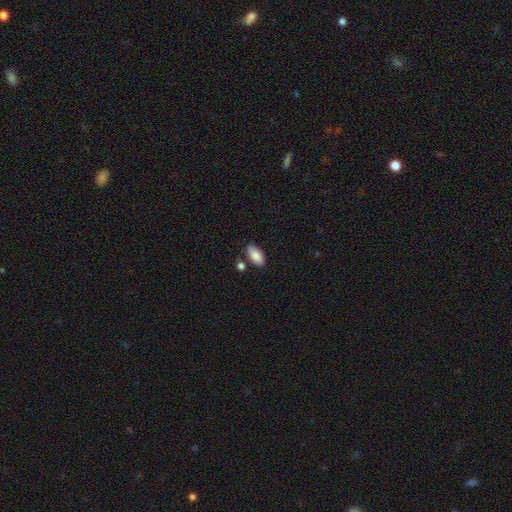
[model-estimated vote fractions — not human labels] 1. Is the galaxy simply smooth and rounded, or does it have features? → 87% smooth, 7% star or artifact, 6% featured or disk.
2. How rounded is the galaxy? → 93% in between, 4% cigar-shaped, 3% round.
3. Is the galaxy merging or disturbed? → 77% none, 13% minor disturbance, 7% merger, 3% major disturbance.